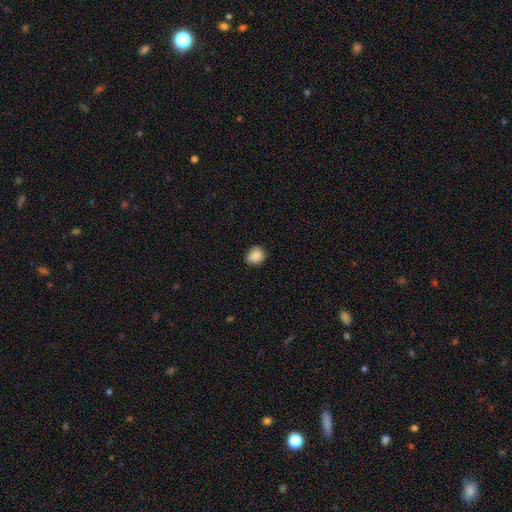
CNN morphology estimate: Smooth or featured?
  - smooth: 87% *
  - star or artifact: 9%
  - featured or disk: 4%
How rounded?
  - round: 65% *
  - in between: 34%
  - cigar-shaped: 1%
Merging?
  - none: 81% *
  - minor disturbance: 15%
  - major disturbance: 3%
  - merger: 1%